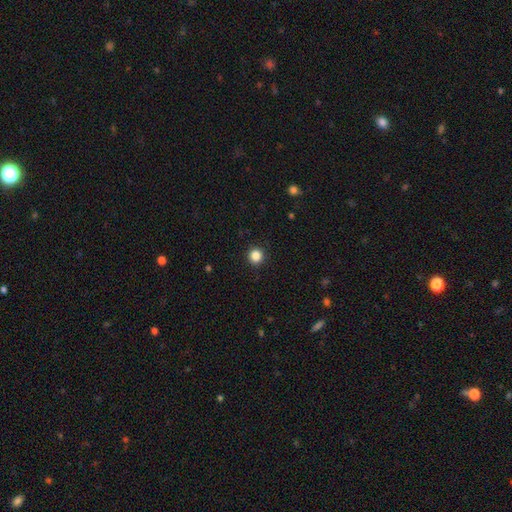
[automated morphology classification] Smooth or featured? Predicted: smooth (p=0.85). How rounded? Predicted: round (p=0.94). Merging? Predicted: none (p=0.93).